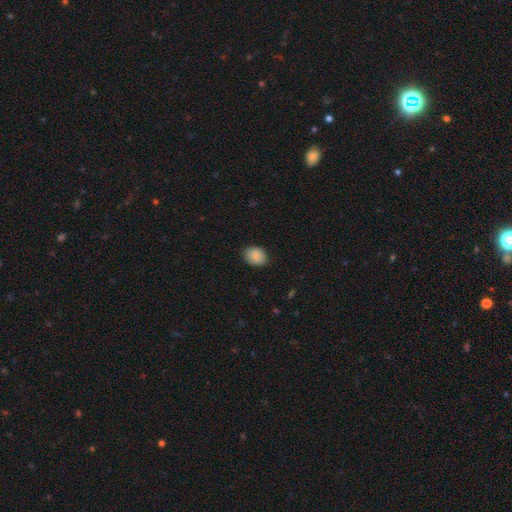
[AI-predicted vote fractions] A smooth galaxy with no disk features (86%) that is in between round and cigar-shaped (56%).

Vote fractions:
- Smooth or featured? smooth: 86% / star or artifact: 7% / featured or disk: 7%
- How rounded? in between: 56% / round: 43% / cigar-shaped: 1%
- Merging? none: 82% / minor disturbance: 14% / major disturbance: 3% / merger: 1%